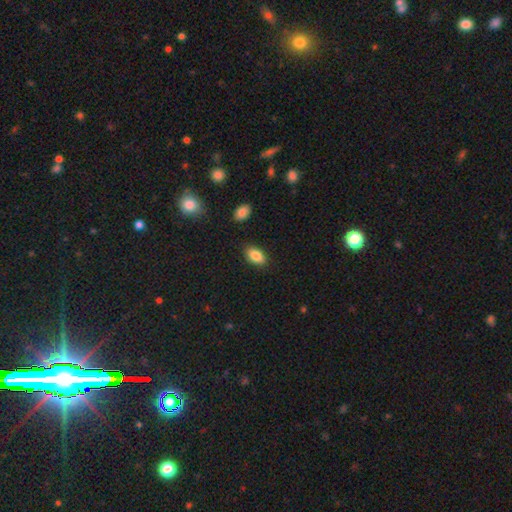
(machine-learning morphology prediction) Smooth or featured? Predicted: smooth (p=0.86). How rounded? Predicted: in between (p=0.92). Merging? Predicted: none (p=0.87).